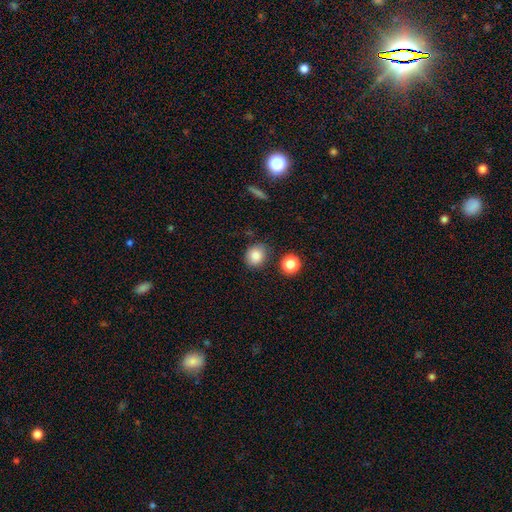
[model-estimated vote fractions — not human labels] Overall: smooth (85%). How rounded: round (70%). Merging: none (78%).